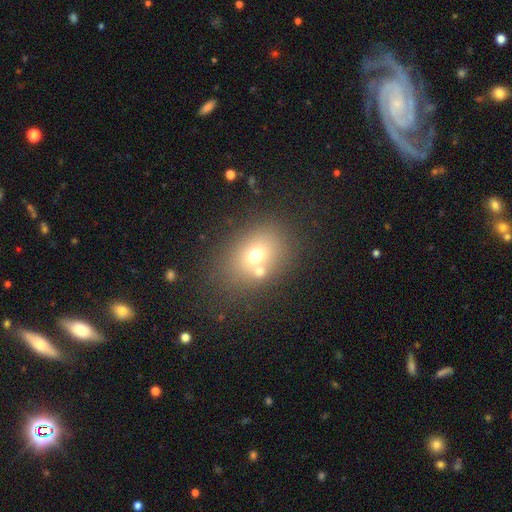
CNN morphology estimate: smooth_or_featured: smooth (p=0.65) [alt: featured or disk p=0.19]
how_rounded: in between (p=0.58) [alt: round p=0.41]
merging: none (p=0.58) [alt: merger p=0.25]